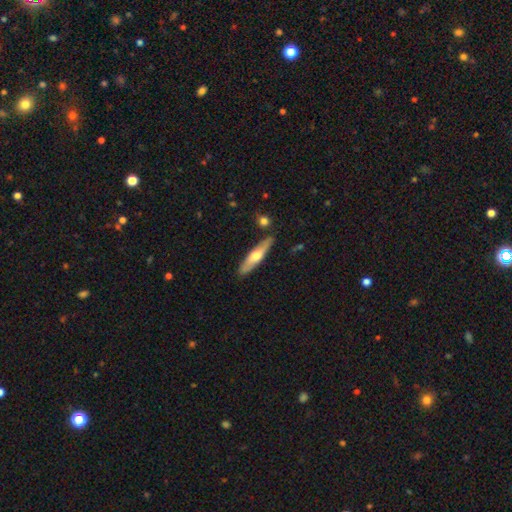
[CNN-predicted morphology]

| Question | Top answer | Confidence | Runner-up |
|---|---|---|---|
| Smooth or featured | featured or disk | 49% | smooth (46%) |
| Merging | none | 86% | minor disturbance (10%) |